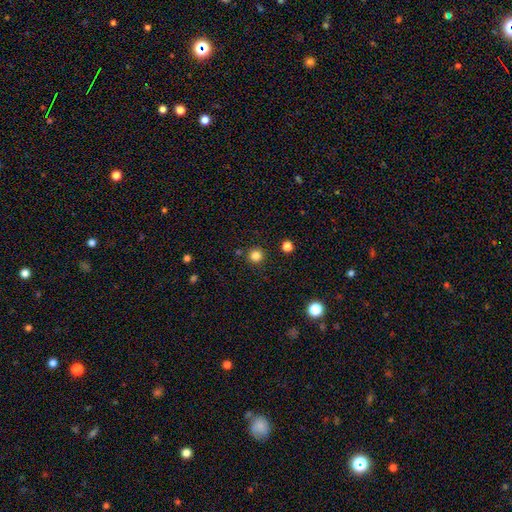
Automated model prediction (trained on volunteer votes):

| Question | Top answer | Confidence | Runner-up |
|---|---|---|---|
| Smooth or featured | smooth | 83% | star or artifact (13%) |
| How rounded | round | 95% | in between (4%) |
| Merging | none | 89% | minor disturbance (6%) |